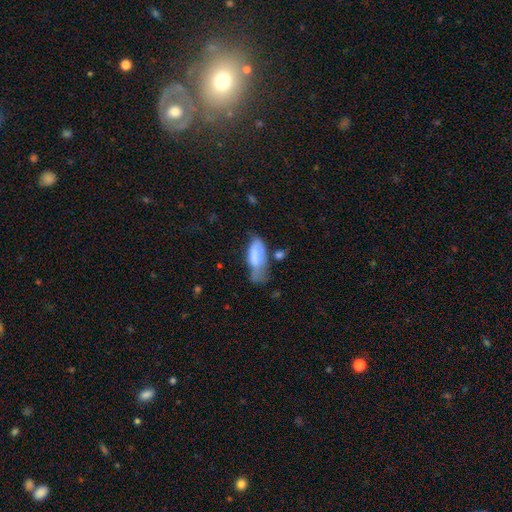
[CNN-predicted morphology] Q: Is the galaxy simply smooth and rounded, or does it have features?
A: smooth — 68%.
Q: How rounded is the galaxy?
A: in between — 81%.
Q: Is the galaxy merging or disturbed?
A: minor disturbance — 36%.